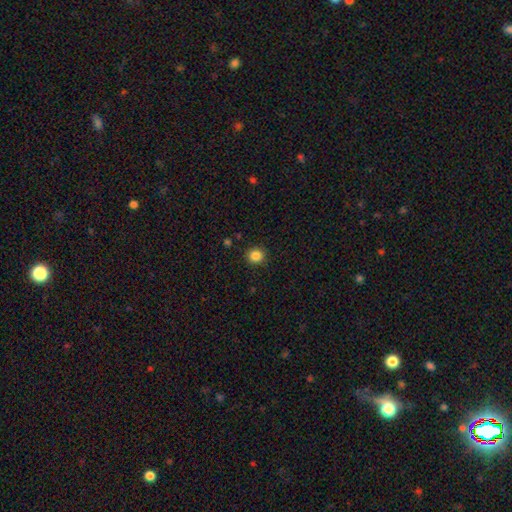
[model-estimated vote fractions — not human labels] A smooth galaxy with no disk features (85%) that is round (91%).

Vote fractions:
- Smooth or featured? smooth: 85% / star or artifact: 11% / featured or disk: 4%
- How rounded? round: 91% / in between: 8% / cigar-shaped: 1%
- Merging? none: 91% / minor disturbance: 6% / major disturbance: 2% / merger: 1%